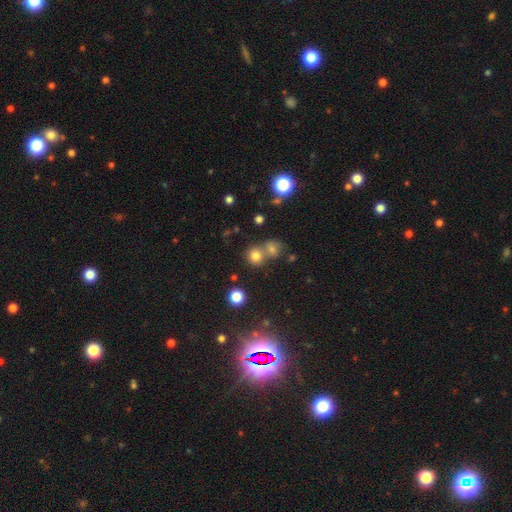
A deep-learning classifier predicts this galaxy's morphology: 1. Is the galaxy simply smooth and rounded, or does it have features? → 75% smooth, 17% star or artifact, 9% featured or disk.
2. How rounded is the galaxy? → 86% round, 13% in between, 1% cigar-shaped.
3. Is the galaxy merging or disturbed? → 55% none, 35% merger, 7% minor disturbance, 3% major disturbance.